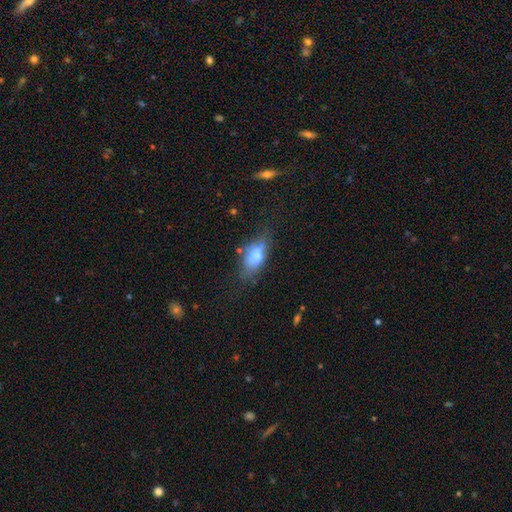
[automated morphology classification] The model was most divided on "merging": none: 52%, minor disturbance: 28%, major disturbance: 13%, merger: 7%. More confident: how rounded — in between (85%); smooth or featured — smooth (71%).